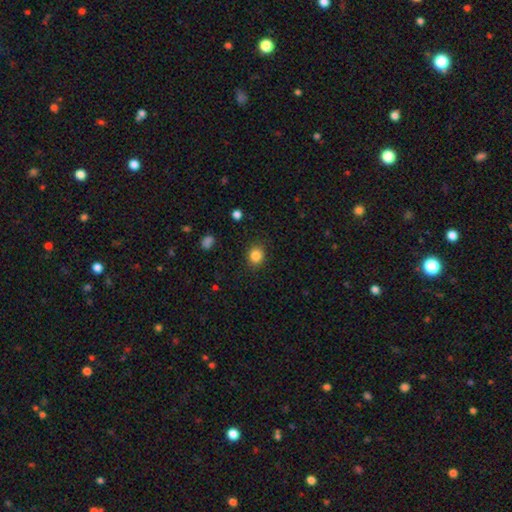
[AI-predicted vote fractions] Smooth or featured?
  - smooth: 85% *
  - star or artifact: 11%
  - featured or disk: 5%
How rounded?
  - round: 72% *
  - in between: 28%
  - cigar-shaped: 1%
Merging?
  - none: 88% *
  - minor disturbance: 9%
  - major disturbance: 3%
  - merger: 1%